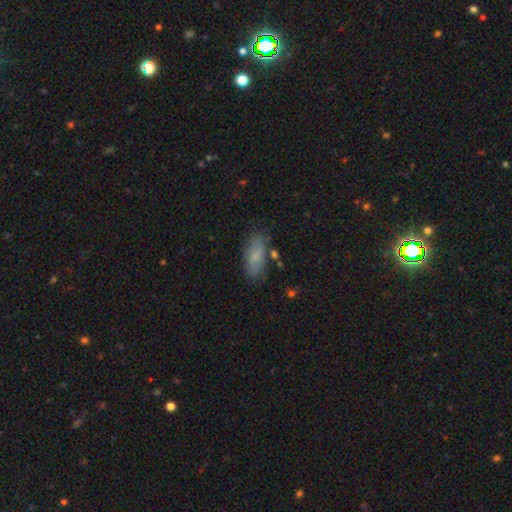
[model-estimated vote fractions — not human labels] This is likely a smooth galaxy (77%). How rounded: likely in between (79%). Merging: likely none (75%).